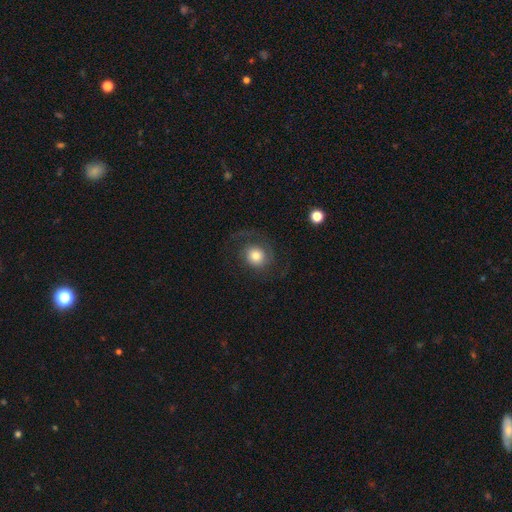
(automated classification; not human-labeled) The model was most divided on "smooth or featured": featured or disk: 51%, smooth: 40%, star or artifact: 9%. More confident: edge-on disk — no (97%); merging — none (65%).